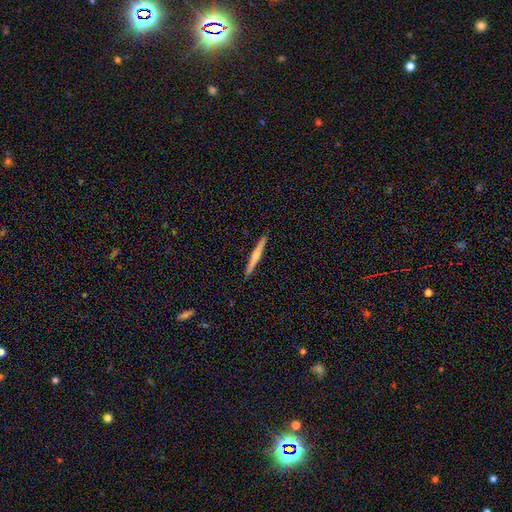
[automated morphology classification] Smooth or featured?
  - smooth: 51% *
  - featured or disk: 44%
  - star or artifact: 5%
How rounded?
  - cigar-shaped: 96% *
  - in between: 2%
  - round: 1%
Merging?
  - none: 92% *
  - minor disturbance: 6%
  - major disturbance: 1%
  - merger: 1%